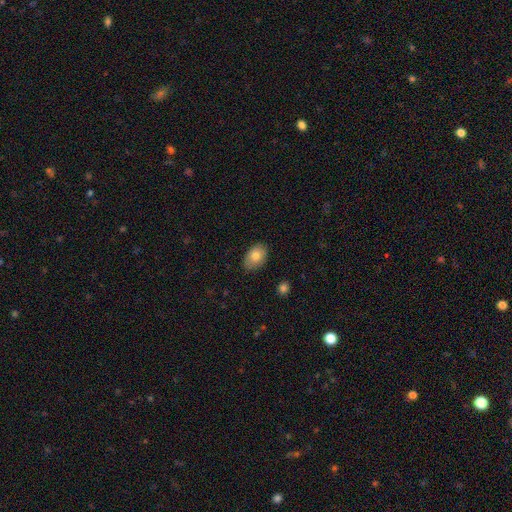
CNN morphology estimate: The model was most divided on "smooth or featured": smooth: 79%, featured or disk: 14%, star or artifact: 7%. More confident: how rounded — in between (86%); merging — none (82%).